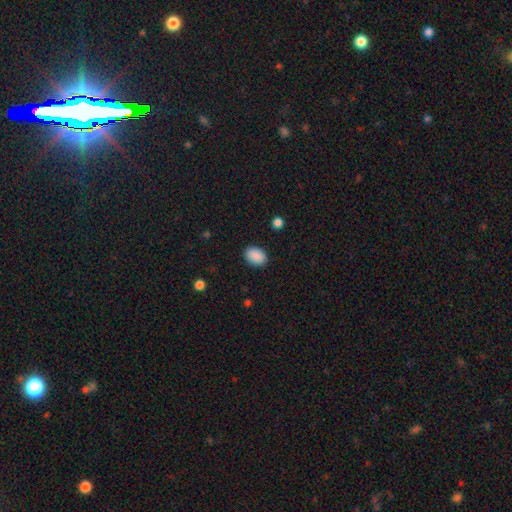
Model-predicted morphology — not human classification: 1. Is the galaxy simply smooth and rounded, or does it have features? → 90% smooth, 8% star or artifact, 3% featured or disk.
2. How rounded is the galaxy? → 77% in between, 22% round, 1% cigar-shaped.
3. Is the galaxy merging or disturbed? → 89% none, 8% minor disturbance, 2% major disturbance, 1% merger.